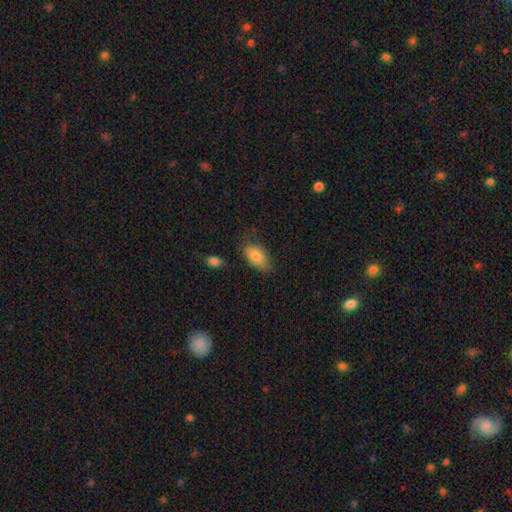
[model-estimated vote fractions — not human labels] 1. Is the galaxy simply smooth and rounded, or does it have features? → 83% smooth, 9% featured or disk, 8% star or artifact.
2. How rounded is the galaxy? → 91% in between, 6% round, 3% cigar-shaped.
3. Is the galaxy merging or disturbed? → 67% none, 24% minor disturbance, 6% major disturbance, 2% merger.